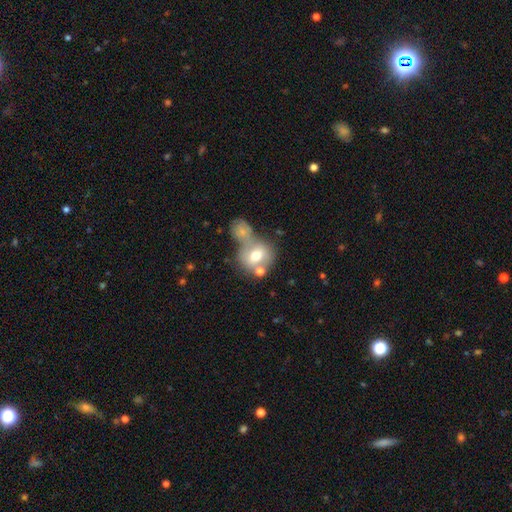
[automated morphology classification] type=smooth (65%); roundness=round (69%); merging=merger (48%).